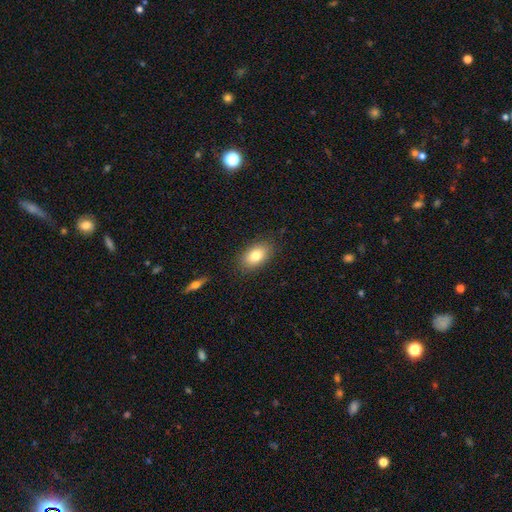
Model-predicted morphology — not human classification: Q: Smooth or featured?
A: smooth (81%); runner-up: featured or disk (11%)
Q: How rounded?
A: in between (89%); runner-up: round (9%)
Q: Merging?
A: none (86%); runner-up: minor disturbance (10%)